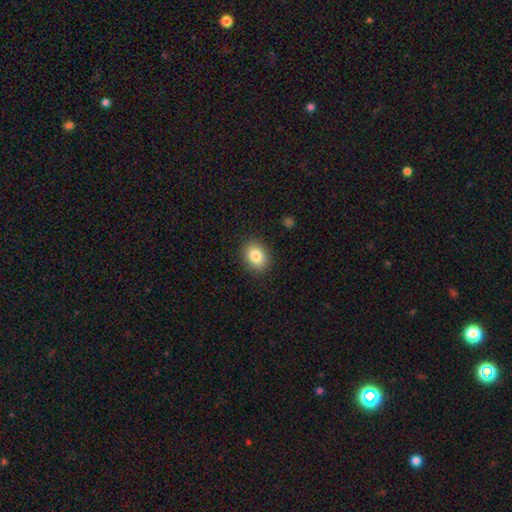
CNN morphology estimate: Overall: smooth (84%). How rounded: in between (64%; round 35%). Merging: none (88%).